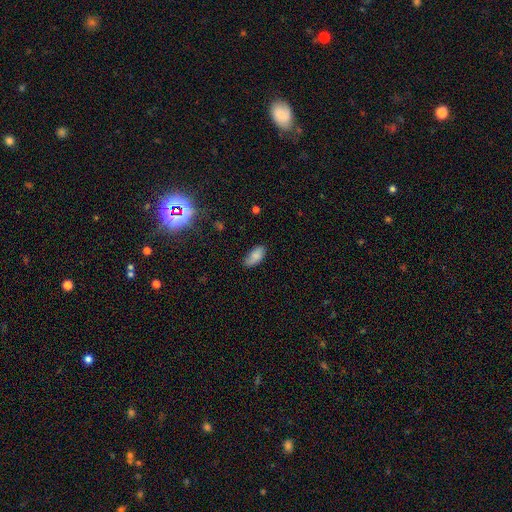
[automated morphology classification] Smooth or featured: smooth — 81% (featured or disk — 11%)
How rounded: in between — 92% (cigar-shaped — 6%)
Merging: none — 64% (minor disturbance — 27%)